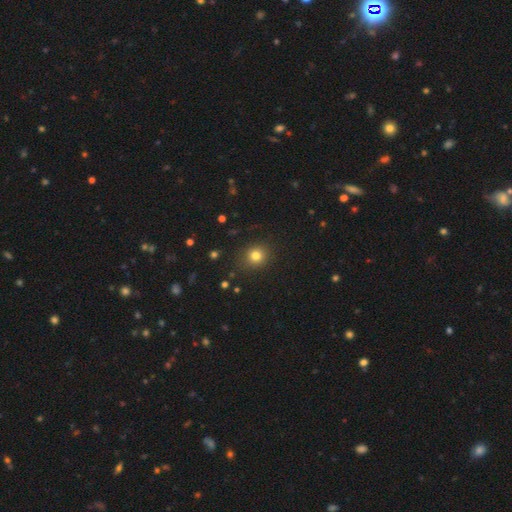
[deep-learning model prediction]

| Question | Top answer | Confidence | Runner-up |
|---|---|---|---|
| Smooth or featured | smooth | 80% | star or artifact (14%) |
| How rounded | round | 81% | in between (18%) |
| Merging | none | 87% | minor disturbance (9%) |